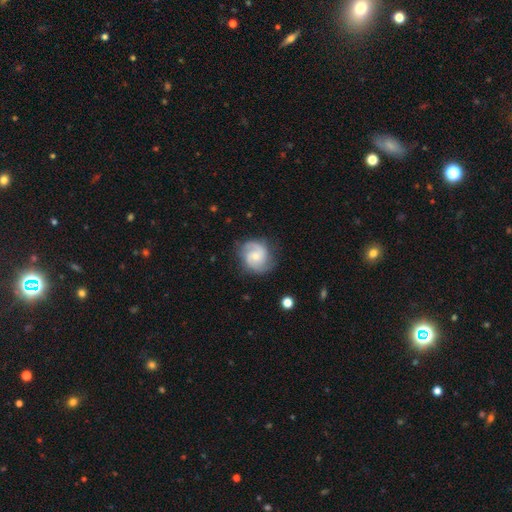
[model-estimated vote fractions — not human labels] Smooth or featured?
  - featured or disk: 79% *
  - smooth: 15%
  - star or artifact: 6%
Edge-on disk?
  - no: 98% *
  - yes: 2%
Bar?
  - no: 55% *
  - weak: 39%
  - strong: 6%
Spiral arms?
  - yes: 96% *
  - no: 4%
Spiral winding?
  - medium: 50% *
  - tight: 30%
  - loose: 20%
Spiral arm count?
  - 2: 83% *
  - can't tell: 6%
  - 3: 5%
  - 1: 3%
  - 4: 1%
  - more than 4: 1%
Bulge size?
  - small: 50% *
  - moderate: 43%
  - none: 3%
  - large: 2%
  - dominant: 1%
Merging?
  - none: 78% *
  - minor disturbance: 16%
  - major disturbance: 5%
  - merger: 1%